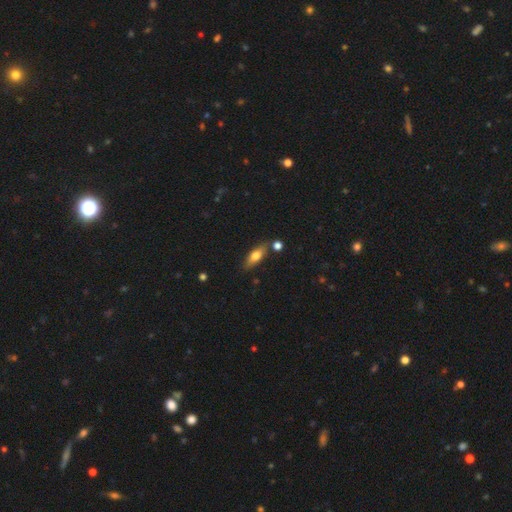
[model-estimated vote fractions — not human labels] Smooth or featured: smooth — 63% (featured or disk — 30%)
How rounded: in between — 59% (cigar-shaped — 38%)
Merging: none — 77% (minor disturbance — 13%)